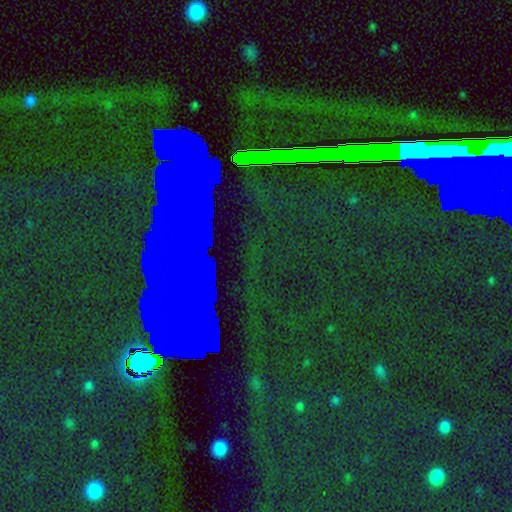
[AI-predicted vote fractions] smooth_or_featured: star or artifact (p=0.84) [alt: featured or disk p=0.09]